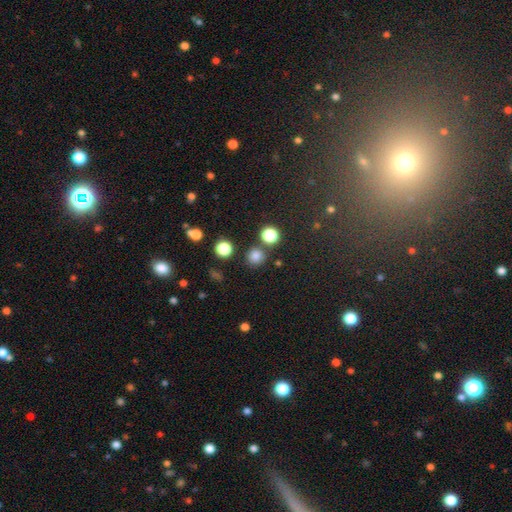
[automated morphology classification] Smooth or featured?
  - smooth: 78% *
  - star or artifact: 17%
  - featured or disk: 5%
How rounded?
  - round: 93% *
  - in between: 6%
  - cigar-shaped: 1%
Merging?
  - none: 81% *
  - merger: 9%
  - minor disturbance: 8%
  - major disturbance: 3%